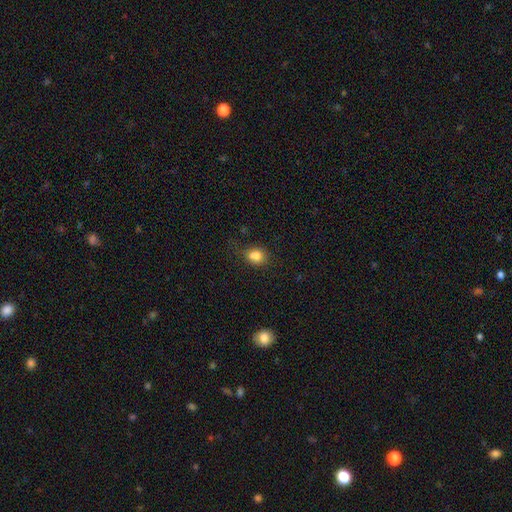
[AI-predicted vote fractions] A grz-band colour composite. It shows a smooth galaxy with no disk features (79%) that is round (63%). Merging: none (56%).